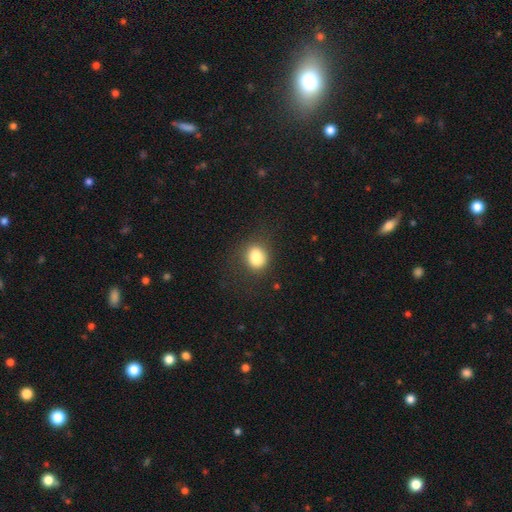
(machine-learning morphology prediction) smooth-or-featured: smooth: 83% | star or artifact: 10% | featured or disk: 6%
  how-rounded: round: 55% | in between: 44% | cigar-shaped: 1%
  merging: none: 75% | minor disturbance: 16% | major disturbance: 7% | merger: 2%